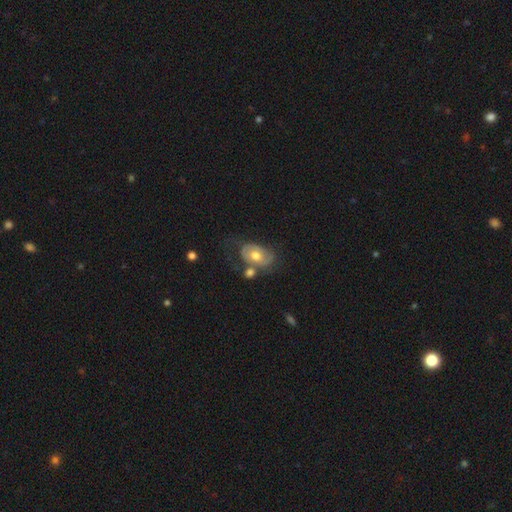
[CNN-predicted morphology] The model was most divided on "smooth or featured": smooth: 49%, featured or disk: 44%, star or artifact: 7%. Remaining: merging — none (38%).